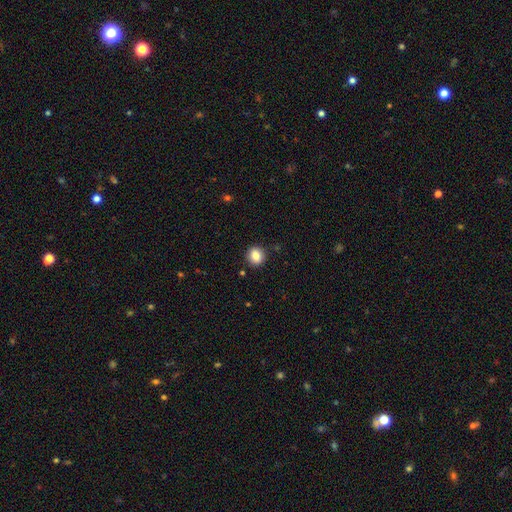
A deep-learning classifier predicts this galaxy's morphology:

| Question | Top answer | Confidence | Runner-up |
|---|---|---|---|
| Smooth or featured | smooth | 85% | star or artifact (9%) |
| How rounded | round | 80% | in between (19%) |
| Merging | none | 90% | minor disturbance (7%) |